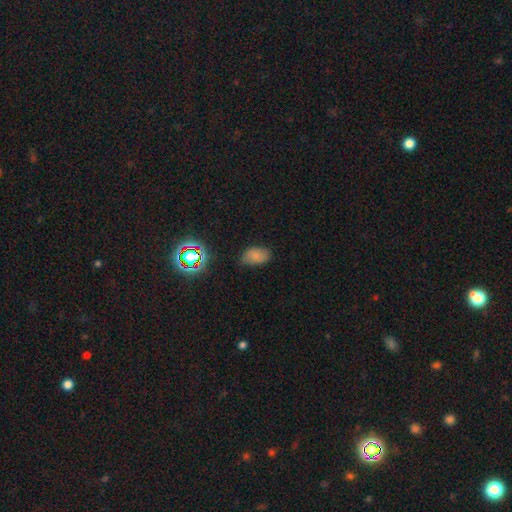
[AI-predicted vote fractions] Morphology: type=smooth (70%); roundness=in between (88%); merging=none (70%).